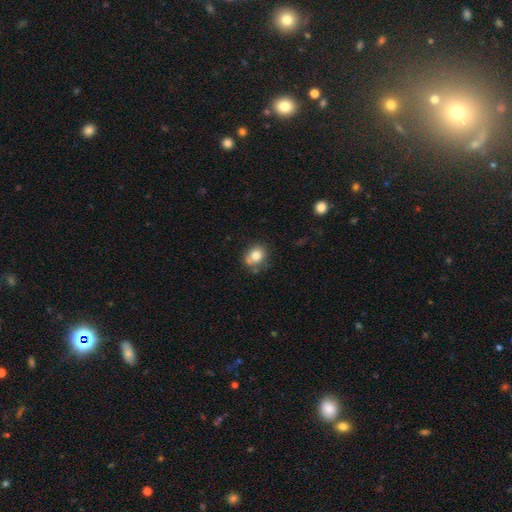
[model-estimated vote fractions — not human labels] Smooth or featured? Predicted: smooth (p=0.79). How rounded? Predicted: round (p=0.60). Merging? Predicted: none (p=0.61).